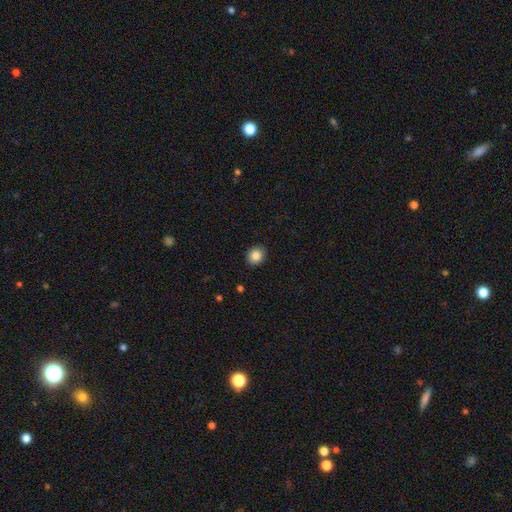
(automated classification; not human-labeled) Smooth or featured?
  - smooth: 85% *
  - star or artifact: 9%
  - featured or disk: 5%
How rounded?
  - round: 75% *
  - in between: 24%
  - cigar-shaped: 1%
Merging?
  - none: 90% *
  - minor disturbance: 7%
  - major disturbance: 2%
  - merger: 1%